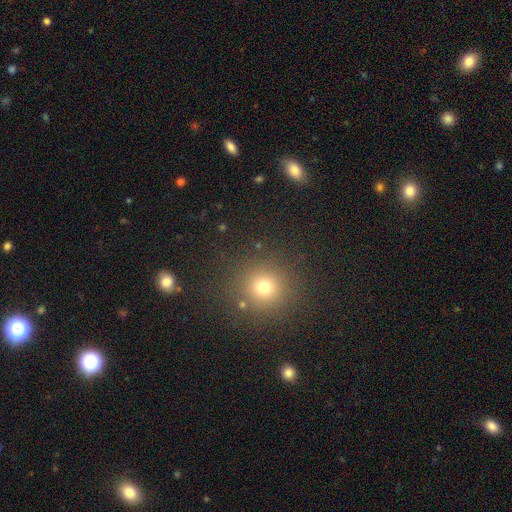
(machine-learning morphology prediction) This is possibly a smooth galaxy (59%). How rounded: clearly round (94%). Merging: clearly none (91%).